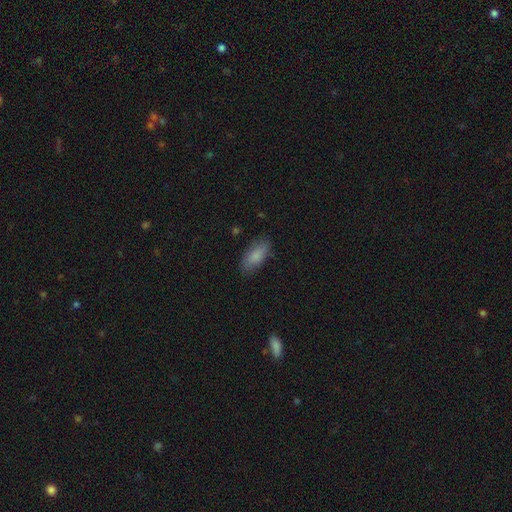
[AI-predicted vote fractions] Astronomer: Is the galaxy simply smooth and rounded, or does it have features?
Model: smooth — 84%.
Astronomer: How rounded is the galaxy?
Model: in between — 86%.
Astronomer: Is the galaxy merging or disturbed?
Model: none — 80%.